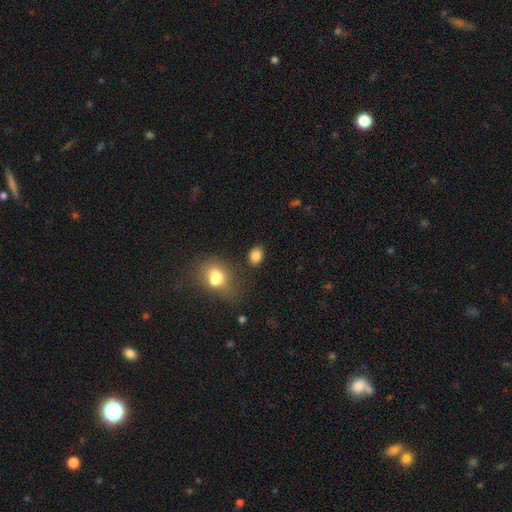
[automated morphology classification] Smooth or featured? Predicted: smooth (p=0.84). How rounded? Predicted: in between (p=0.61). Merging? Predicted: none (p=0.79).